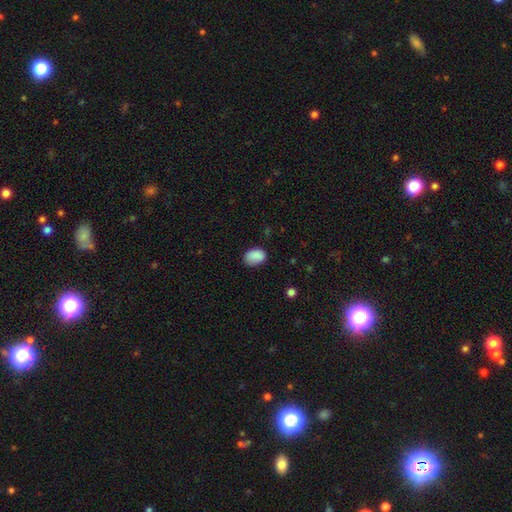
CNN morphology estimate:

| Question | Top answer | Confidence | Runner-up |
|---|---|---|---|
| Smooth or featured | smooth | 88% | star or artifact (8%) |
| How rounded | in between | 80% | round (19%) |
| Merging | none | 73% | minor disturbance (21%) |